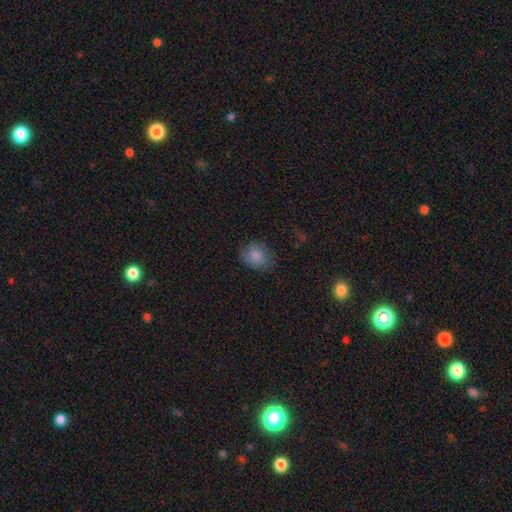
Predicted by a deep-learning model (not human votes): smooth 83%, star or artifact 9%, featured or disk 8%. Down the decision tree: how rounded — round (60%); merging — none (73%).